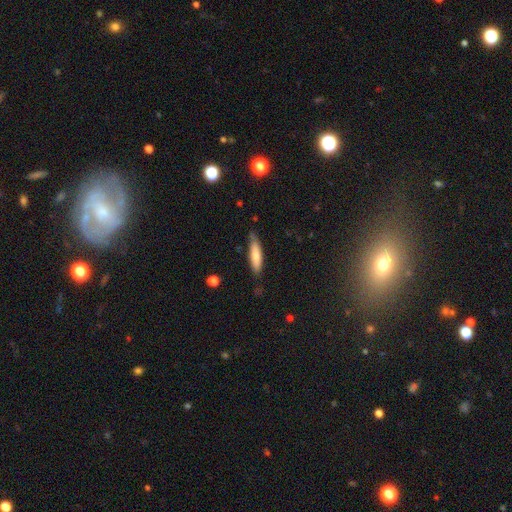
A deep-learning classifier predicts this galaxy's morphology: Overall: smooth (75%). How rounded: cigar-shaped (74%). Merging: none (76%).